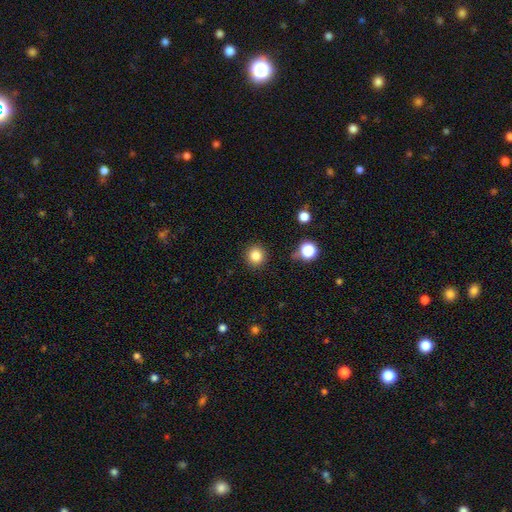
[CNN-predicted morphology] Overall: smooth (84%). How rounded: round (93%). Merging: none (90%).